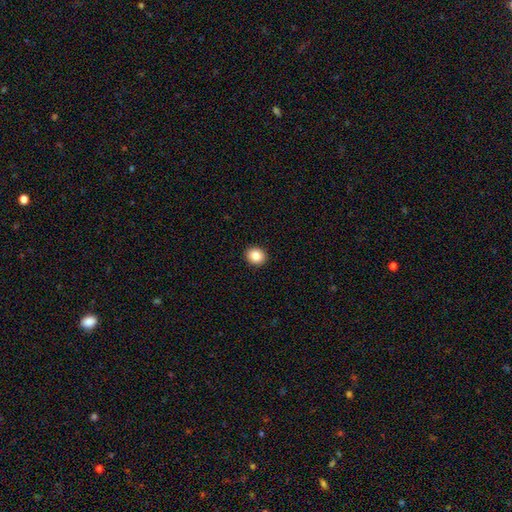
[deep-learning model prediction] Smooth or featured?
  - smooth: 85% *
  - star or artifact: 9%
  - featured or disk: 6%
How rounded?
  - round: 78% *
  - in between: 21%
  - cigar-shaped: 1%
Merging?
  - none: 93% *
  - minor disturbance: 5%
  - major disturbance: 1%
  - merger: 1%